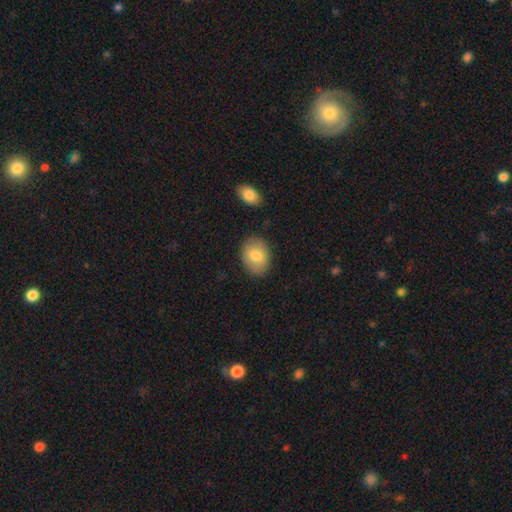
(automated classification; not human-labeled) This is likely a smooth galaxy (79%). How rounded: likely in between (67%). Merging: clearly none (84%).